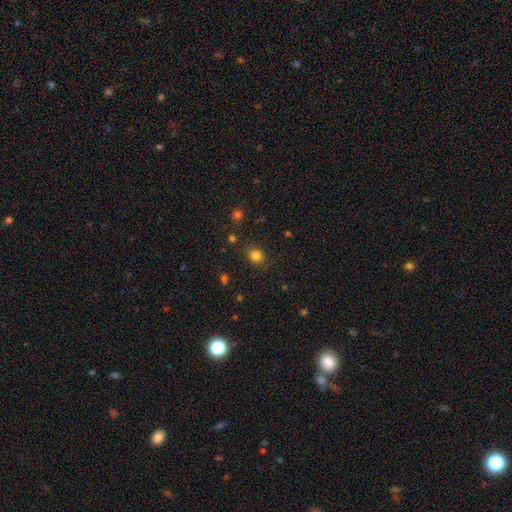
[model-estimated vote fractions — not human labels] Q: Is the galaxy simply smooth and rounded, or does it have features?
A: smooth — 81%.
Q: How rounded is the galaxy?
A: round — 79%.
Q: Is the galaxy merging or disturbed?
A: none — 86%.